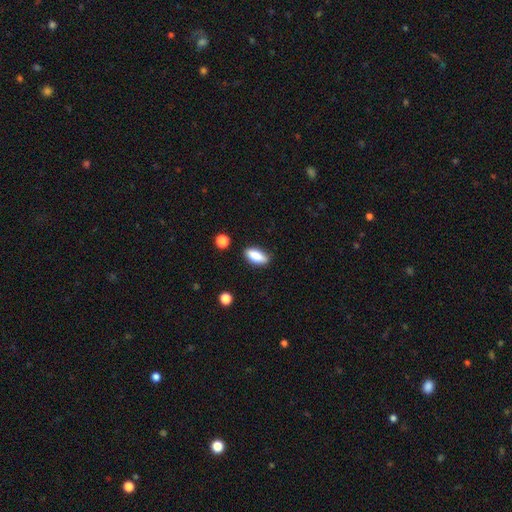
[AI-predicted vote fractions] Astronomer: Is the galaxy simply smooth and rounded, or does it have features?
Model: smooth — 84%.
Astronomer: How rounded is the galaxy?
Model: in between — 84%.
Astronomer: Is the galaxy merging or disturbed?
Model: none — 81%.